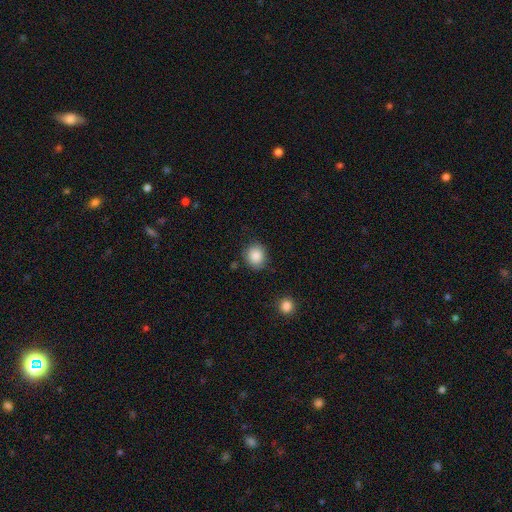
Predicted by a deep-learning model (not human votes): smooth_or_featured: smooth (p=0.87) [alt: star or artifact p=0.08]
how_rounded: round (p=0.76) [alt: in between p=0.23]
merging: none (p=0.84) [alt: minor disturbance p=0.11]